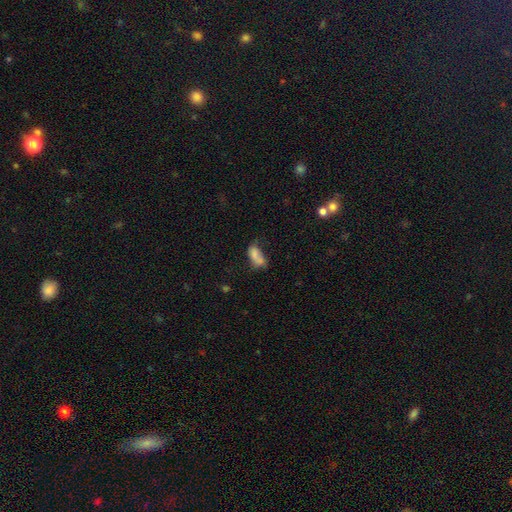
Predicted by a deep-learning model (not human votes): Smooth or featured? Predicted: smooth (p=0.69). How rounded? Predicted: in between (p=0.86). Merging? Predicted: merger (p=0.40).